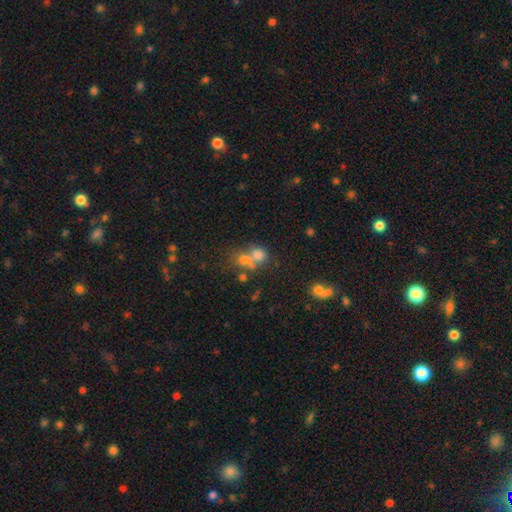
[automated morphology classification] smooth 62%, star or artifact 20%, featured or disk 18%. Down the decision tree: how rounded — round (69%); merging — merger (52%).